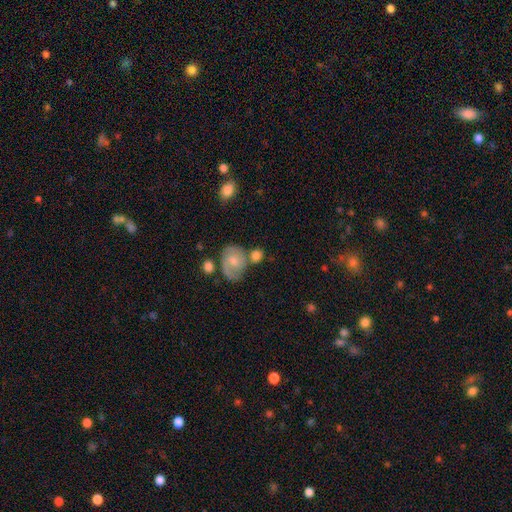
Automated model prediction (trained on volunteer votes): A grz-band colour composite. It shows a smooth galaxy with no disk features (68%) that is round (58%). Merging: none (52%).